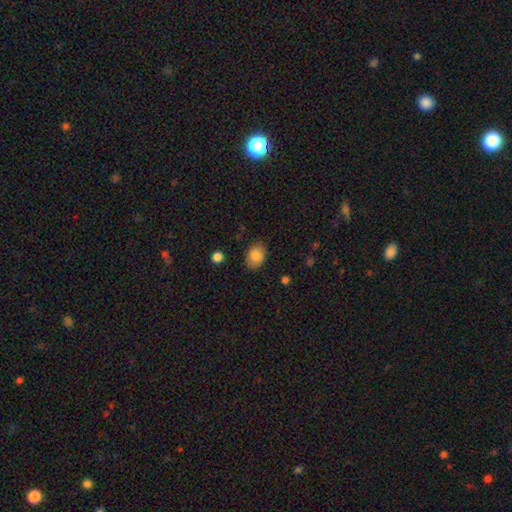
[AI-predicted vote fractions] smooth 85%, star or artifact 8%, featured or disk 7%. Down the decision tree: how rounded — in between (68%); merging — none (84%).